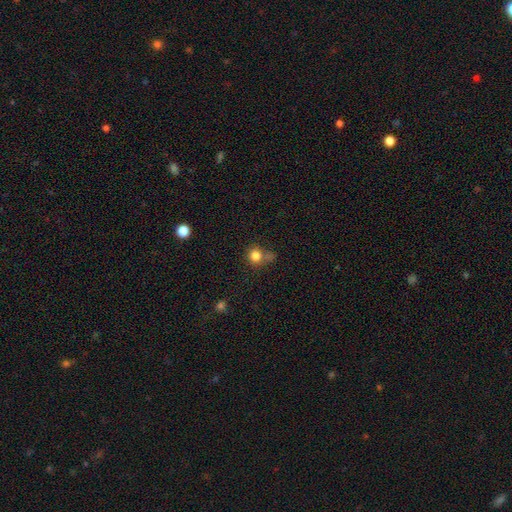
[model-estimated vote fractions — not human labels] This appears to be a smooth galaxy with no disk features (81%) that is round (89%). Merging: none (59%).